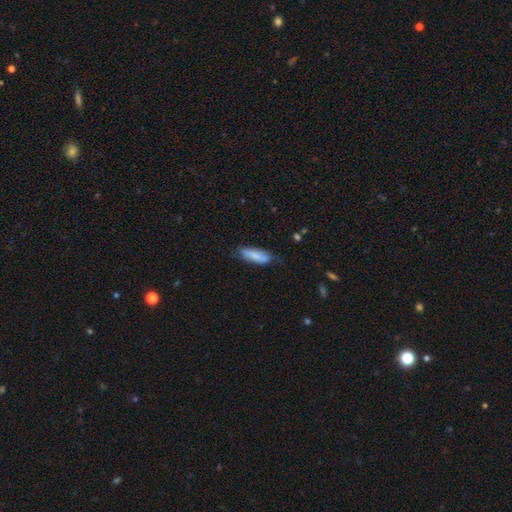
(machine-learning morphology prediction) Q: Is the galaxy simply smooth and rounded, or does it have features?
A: smooth — 78%.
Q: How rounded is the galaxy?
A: in between — 58%.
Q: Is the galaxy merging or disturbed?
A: none — 67%.